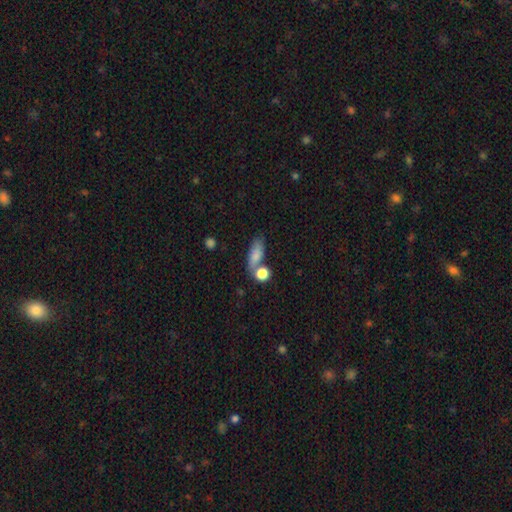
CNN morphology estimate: Smooth or featured? Predicted: smooth (p=0.78). How rounded? Predicted: in between (p=0.68). Merging? Predicted: none (p=0.52).